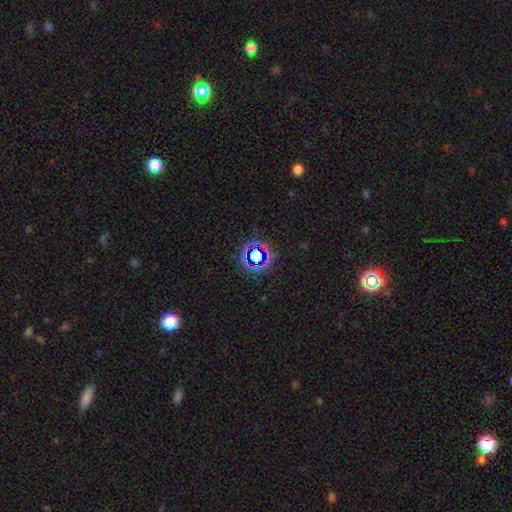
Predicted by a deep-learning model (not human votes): The model was most divided on "smooth or featured": star or artifact: 65%, smooth: 24%, featured or disk: 11%.